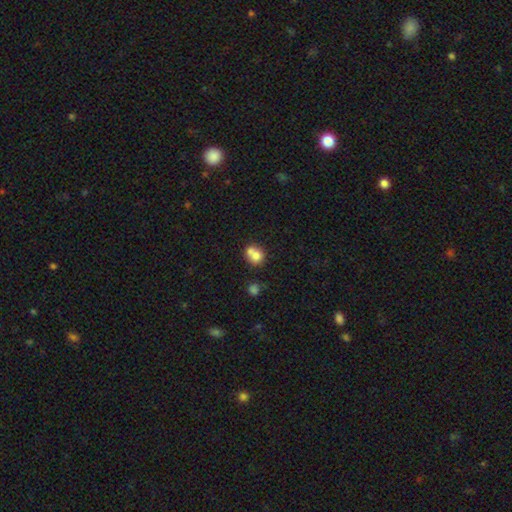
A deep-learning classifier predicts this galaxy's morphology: The model was most divided on "merging": merger: 56%, none: 32%, minor disturbance: 8%, major disturbance: 3%. More confident: smooth or featured — smooth (73%); how rounded — round (73%).